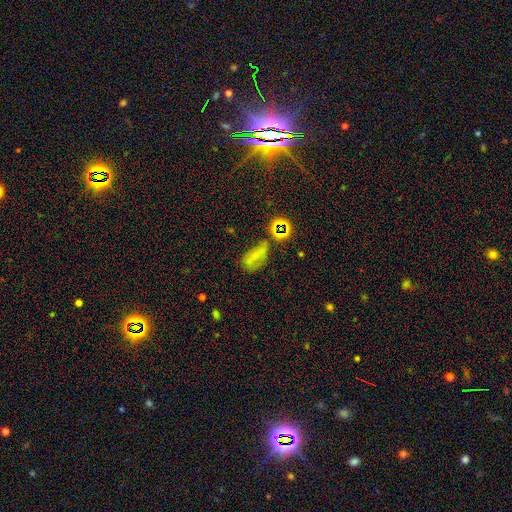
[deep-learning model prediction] A smooth galaxy with no disk features (43%).

Vote fractions:
- Smooth or featured? smooth: 43% / star or artifact: 34% / featured or disk: 24%
- Merging? none: 49% / minor disturbance: 26% / major disturbance: 16% / merger: 9%